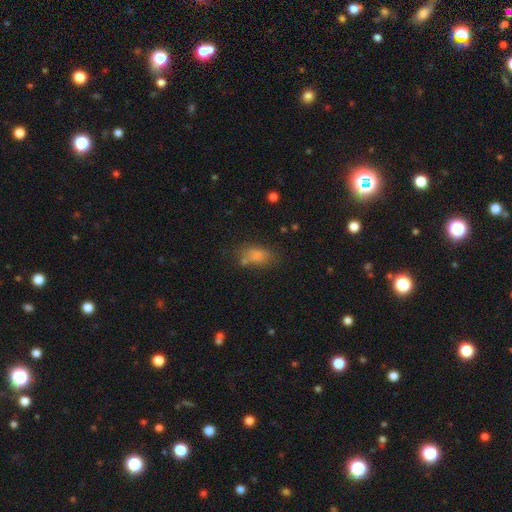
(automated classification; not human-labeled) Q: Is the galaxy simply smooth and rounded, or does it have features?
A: smooth — 75%.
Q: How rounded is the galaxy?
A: in between — 84%.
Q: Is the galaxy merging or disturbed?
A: none — 54%.